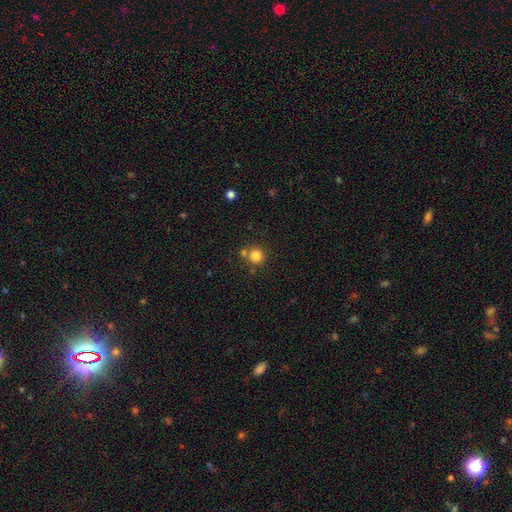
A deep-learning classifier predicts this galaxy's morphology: smooth_or_featured: smooth (p=0.81) [alt: star or artifact p=0.13]
how_rounded: round (p=0.94) [alt: in between p=0.05]
merging: none (p=0.72) [alt: merger p=0.17]